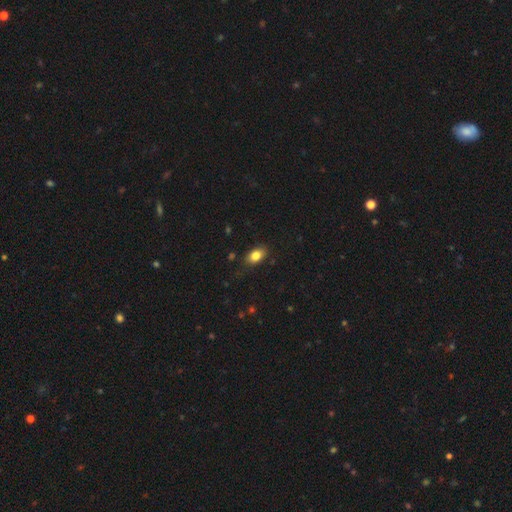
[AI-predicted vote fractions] Smooth or featured? Predicted: smooth (p=0.82). How rounded? Predicted: in between (p=0.85). Merging? Predicted: none (p=0.81).